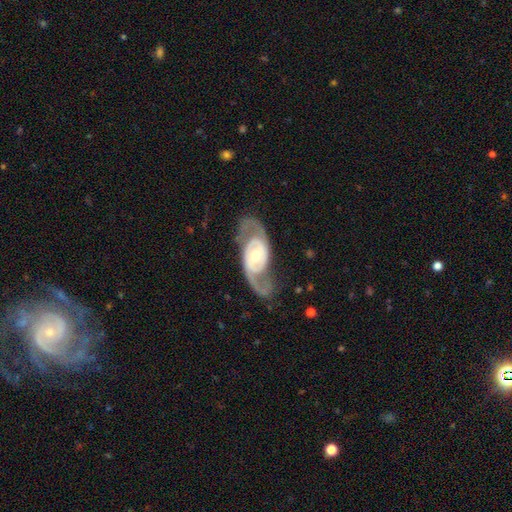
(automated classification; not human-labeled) Q: Smooth or featured?
A: featured or disk (89%); runner-up: smooth (8%)
Q: Edge-on disk?
A: no (95%); runner-up: yes (5%)
Q: Bar?
A: no (65%); runner-up: weak (24%)
Q: Spiral arms?
A: yes (92%); runner-up: no (8%)
Q: Spiral winding?
A: medium (45%); runner-up: loose (28%)
Q: Spiral arm count?
A: 2 (90%); runner-up: can't tell (4%)
Q: Bulge size?
A: moderate (72%); runner-up: small (15%)
Q: Merging?
A: none (71%); runner-up: minor disturbance (15%)